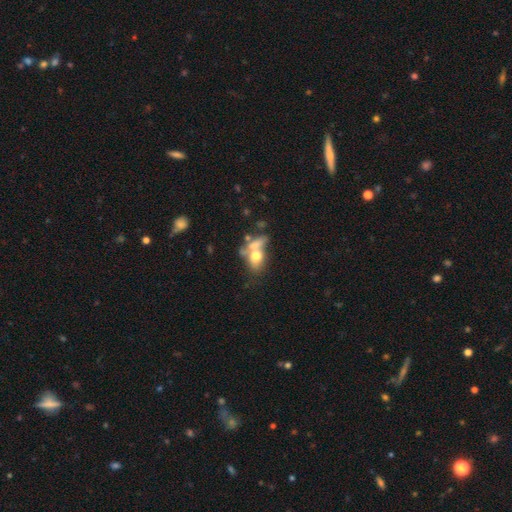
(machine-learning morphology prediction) smooth_or_featured: smooth (p=0.62) [alt: featured or disk p=0.28]
how_rounded: in between (p=0.66) [alt: round p=0.26]
merging: merger (p=0.49) [alt: none p=0.25]